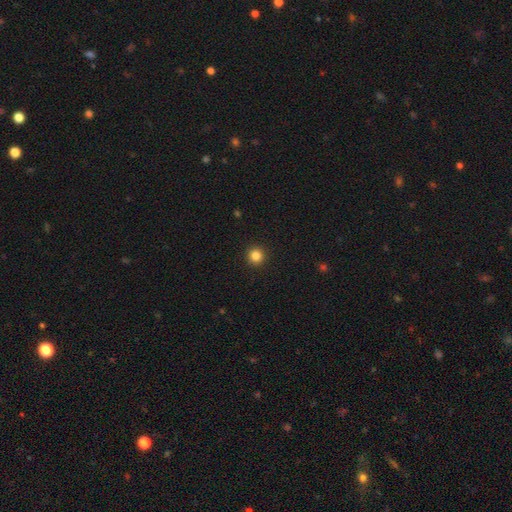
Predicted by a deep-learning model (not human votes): Smooth or featured?
  - smooth: 84% *
  - star or artifact: 12%
  - featured or disk: 4%
How rounded?
  - round: 96% *
  - in between: 3%
  - cigar-shaped: 1%
Merging?
  - none: 94% *
  - minor disturbance: 4%
  - major disturbance: 1%
  - merger: 1%